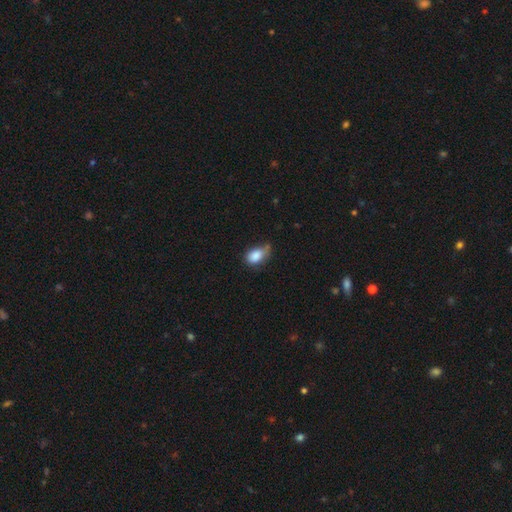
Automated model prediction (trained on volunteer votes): This is clearly a smooth galaxy (85%). How rounded: clearly in between (84%). Merging: marginally none (43%).